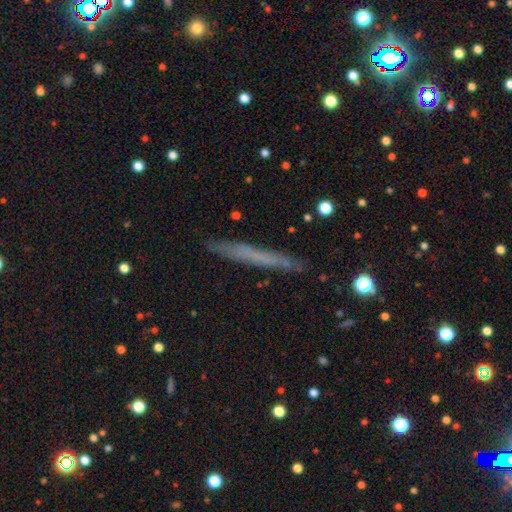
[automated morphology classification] Smooth or featured?
  - smooth: 51% *
  - featured or disk: 40%
  - star or artifact: 8%
How rounded?
  - cigar-shaped: 96% *
  - in between: 2%
  - round: 2%
Merging?
  - none: 88% *
  - minor disturbance: 9%
  - major disturbance: 2%
  - merger: 1%